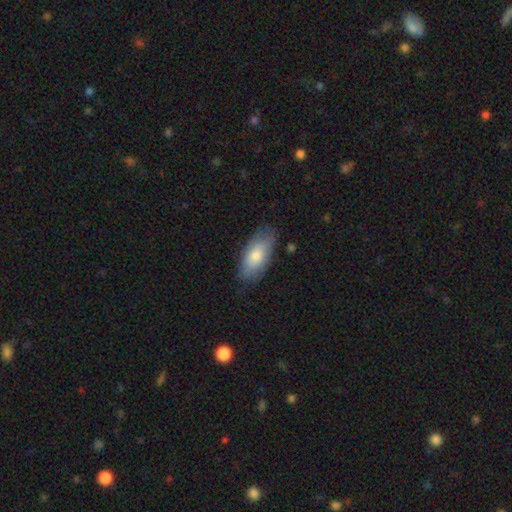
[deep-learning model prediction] Smooth or featured? Predicted: smooth (p=0.76). How rounded? Predicted: in between (p=0.89). Merging? Predicted: none (p=0.77).